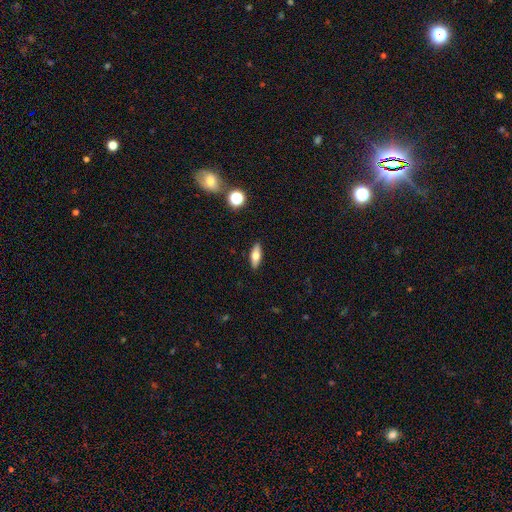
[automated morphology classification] This appears to be a smooth galaxy with no disk features (63%) that is in between round and cigar-shaped (66%). Merging: none (90%).